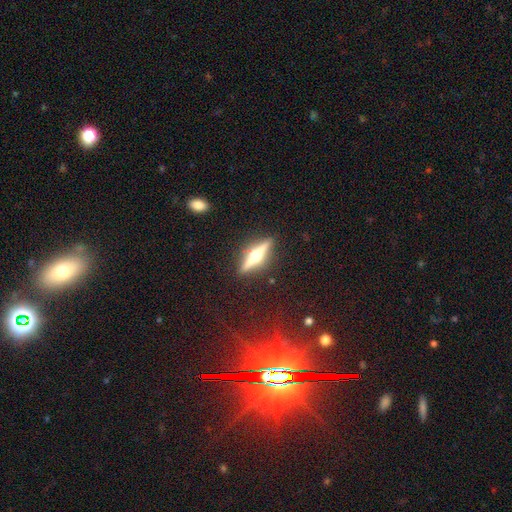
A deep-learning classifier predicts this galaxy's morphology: Overall: featured or disk (77%). Edge-on disk: yes (97%). Edge-on bulge: rounded (95%). Merging: none (89%).